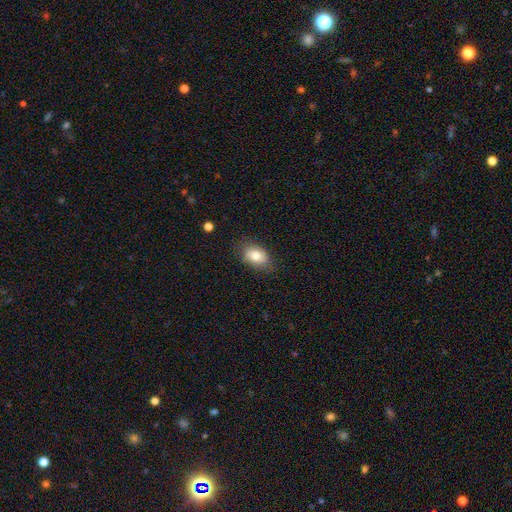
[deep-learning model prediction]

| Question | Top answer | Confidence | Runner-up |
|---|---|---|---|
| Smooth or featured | smooth | 80% | featured or disk (12%) |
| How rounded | in between | 85% | round (13%) |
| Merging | none | 77% | minor disturbance (18%) |